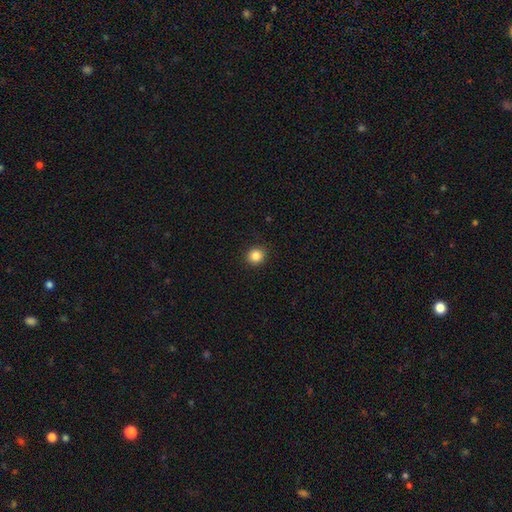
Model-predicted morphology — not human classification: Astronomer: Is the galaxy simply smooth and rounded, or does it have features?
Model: smooth — 85%.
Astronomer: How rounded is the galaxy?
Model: round — 90%.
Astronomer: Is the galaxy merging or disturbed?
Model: none — 91%.